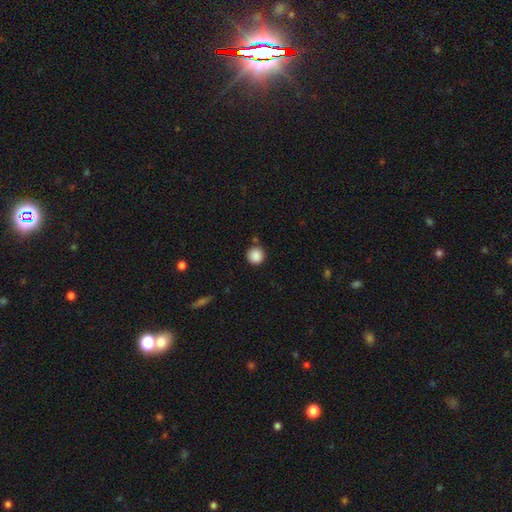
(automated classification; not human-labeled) The model was most divided on "merging": none: 86%, minor disturbance: 8%, merger: 4%, major disturbance: 2%. More confident: how rounded — round (95%); smooth or featured — smooth (88%).